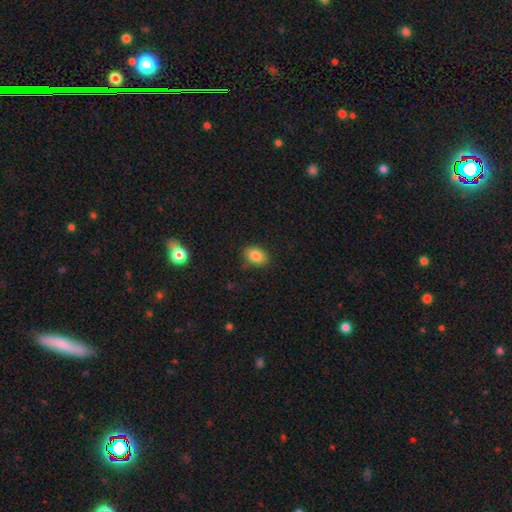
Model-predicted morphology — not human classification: Smooth or featured: smooth — 84% (star or artifact — 9%)
How rounded: in between — 74% (round — 25%)
Merging: none — 82% (minor disturbance — 14%)